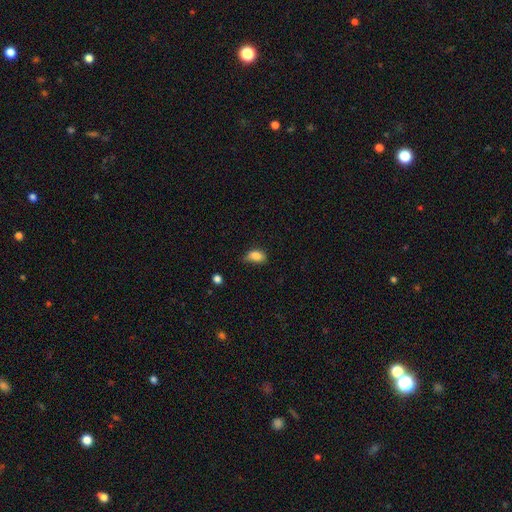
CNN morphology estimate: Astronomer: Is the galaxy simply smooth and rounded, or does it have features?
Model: smooth — 85%.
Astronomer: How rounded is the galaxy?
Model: in between — 85%.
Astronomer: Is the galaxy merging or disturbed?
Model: none — 46% (runner-up: minor disturbance, 41%).